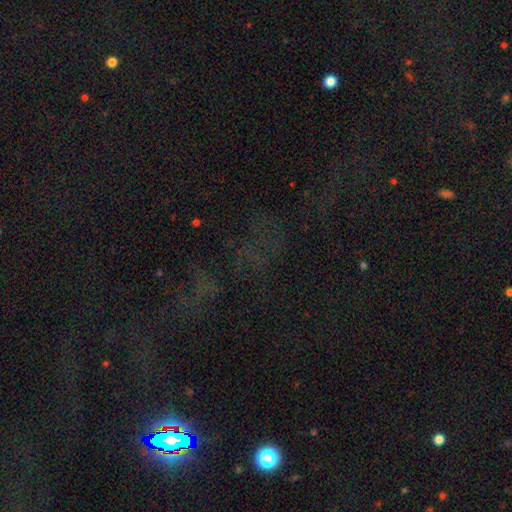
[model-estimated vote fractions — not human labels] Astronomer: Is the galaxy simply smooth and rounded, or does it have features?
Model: star or artifact — 72%.